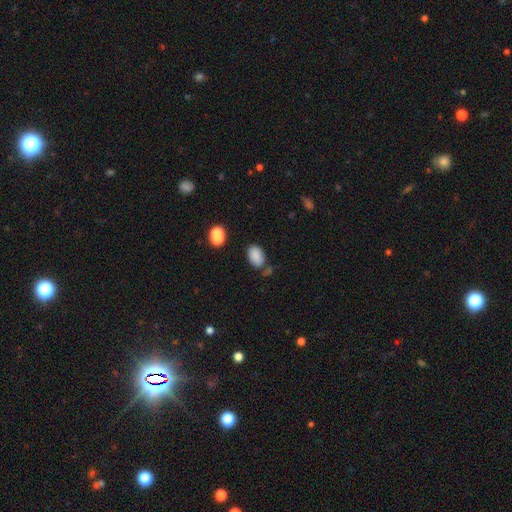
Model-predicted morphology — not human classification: Smooth or featured: smooth — 85% (star or artifact — 10%)
How rounded: in between — 86% (round — 13%)
Merging: none — 70% (minor disturbance — 17%)